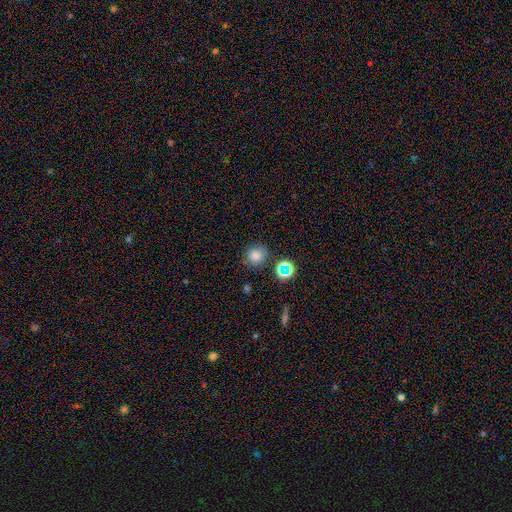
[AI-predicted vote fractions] smooth-or-featured: smooth: 77% | star or artifact: 16% | featured or disk: 7%
  how-rounded: round: 89% | in between: 10% | cigar-shaped: 1%
  merging: none: 79% | minor disturbance: 13% | merger: 5% | major disturbance: 4%